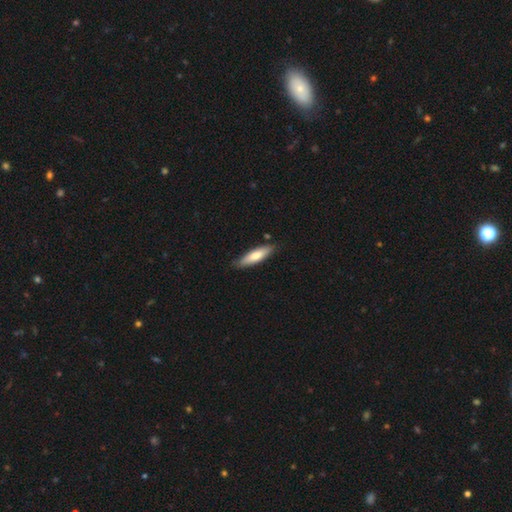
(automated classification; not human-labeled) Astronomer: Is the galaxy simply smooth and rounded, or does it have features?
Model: smooth — 72%.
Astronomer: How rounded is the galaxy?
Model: cigar-shaped — 63%.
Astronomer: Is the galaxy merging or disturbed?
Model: none — 83%.